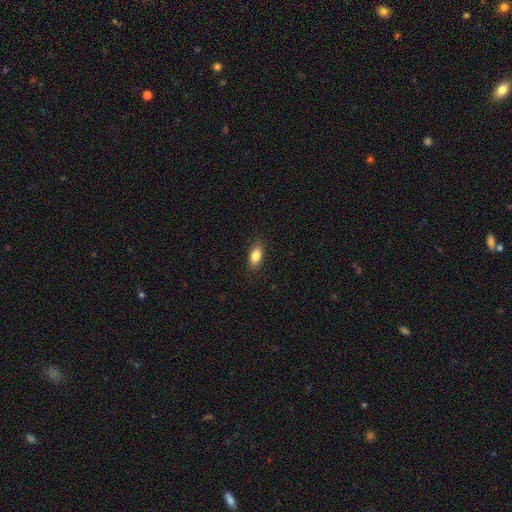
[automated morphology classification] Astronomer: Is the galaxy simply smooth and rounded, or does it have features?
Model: smooth — 85%.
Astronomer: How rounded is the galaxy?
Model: in between — 87%.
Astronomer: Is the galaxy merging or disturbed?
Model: none — 86%.